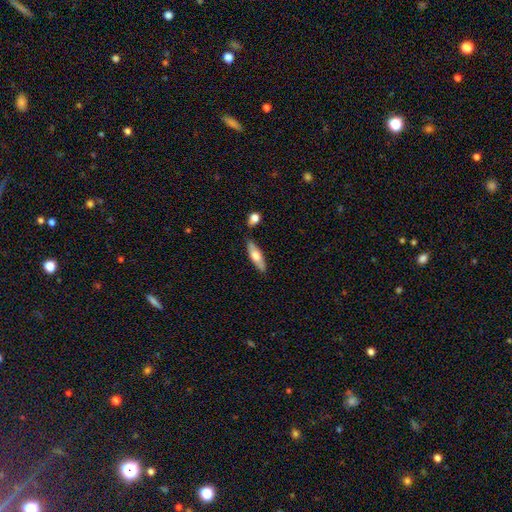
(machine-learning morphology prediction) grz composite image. It shows a smooth galaxy with no disk features (59%) that is cigar-shaped (54%). Merging: none (78%).